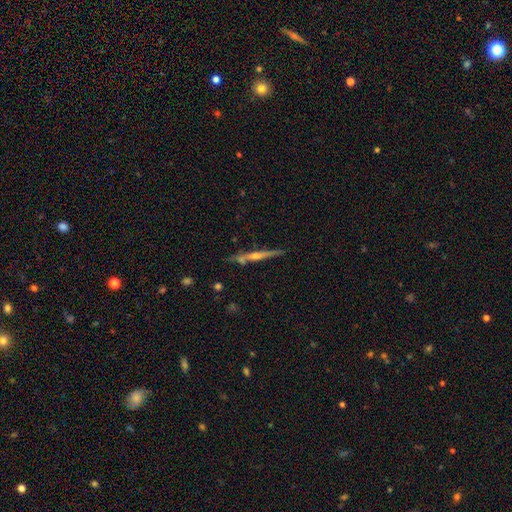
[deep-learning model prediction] A featured or disk galaxy (72%) viewed edge-on (97%) with a rounded central bulge (71%). Merging: none (79%).